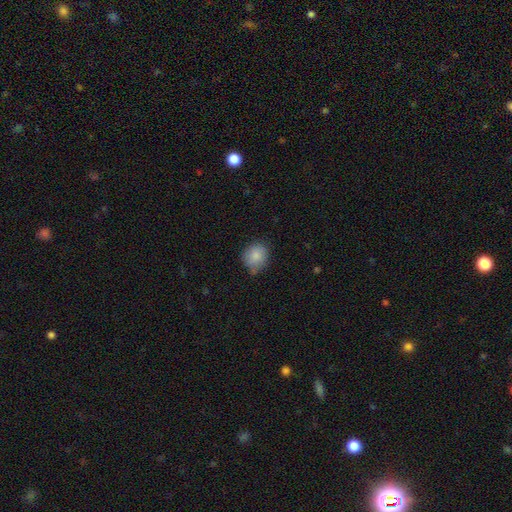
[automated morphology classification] A smooth galaxy with no disk features (86%) that is round (72%).

Vote fractions:
- Smooth or featured? smooth: 86% / star or artifact: 8% / featured or disk: 5%
- How rounded? round: 72% / in between: 27% / cigar-shaped: 1%
- Merging? none: 70% / minor disturbance: 24% / major disturbance: 4% / merger: 2%